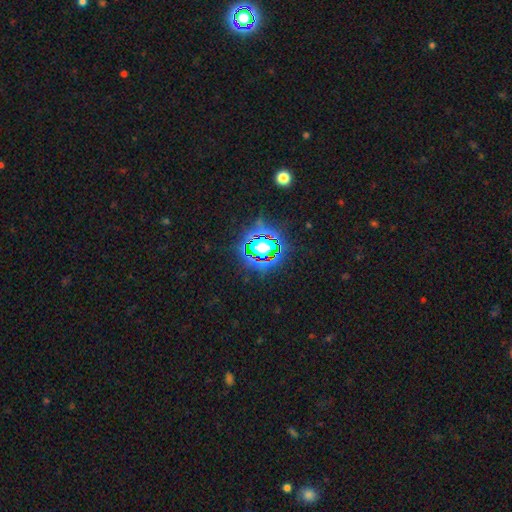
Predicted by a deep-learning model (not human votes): This appears to be a star or artifact, not a galaxy (81%).